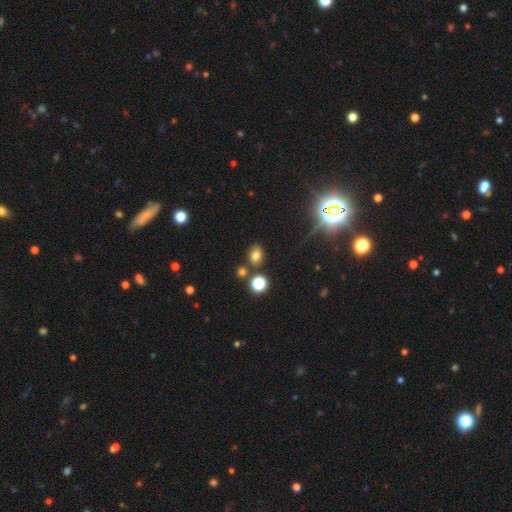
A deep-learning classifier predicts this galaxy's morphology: This is likely a smooth galaxy (73%). How rounded: likely in between (67%). Merging: likely none (78%).